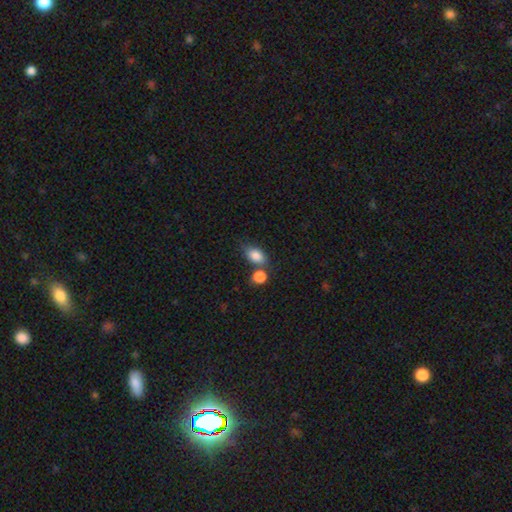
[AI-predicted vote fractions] Smooth or featured? Predicted: smooth (p=0.85). How rounded? Predicted: in between (p=0.82). Merging? Predicted: none (p=0.55).